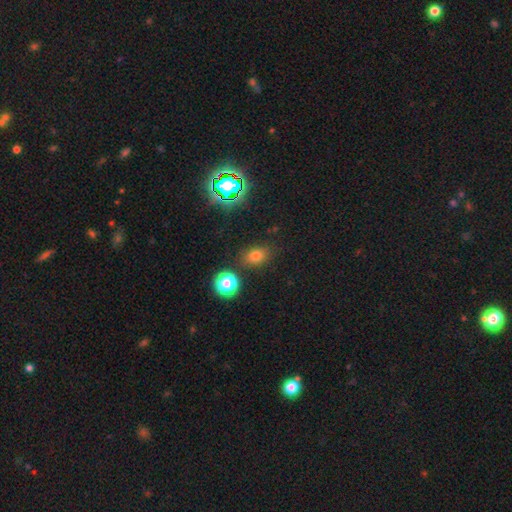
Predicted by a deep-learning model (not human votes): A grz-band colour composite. It shows a smooth galaxy with no disk features (69%) that is in between round and cigar-shaped (64%). Merging: none (81%).